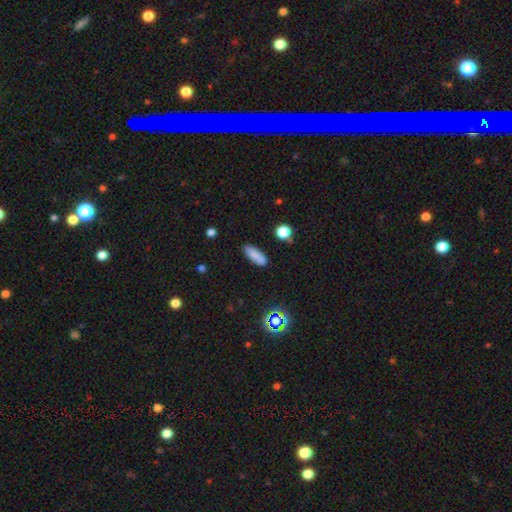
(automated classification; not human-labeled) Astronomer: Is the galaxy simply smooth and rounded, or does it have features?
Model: smooth — 83%.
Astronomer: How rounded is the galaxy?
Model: in between — 64%.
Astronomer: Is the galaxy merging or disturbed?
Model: none — 83%.